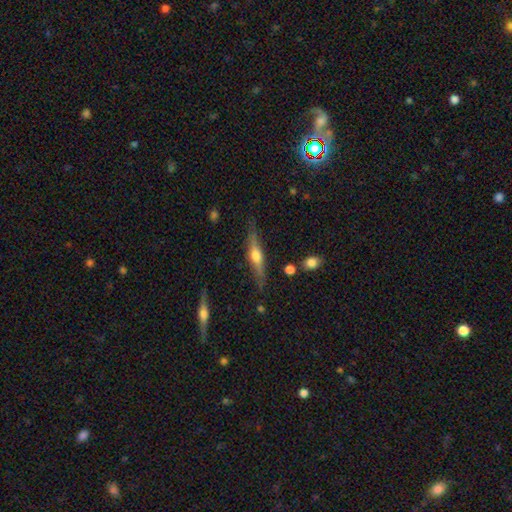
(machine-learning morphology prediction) type=featured or disk (66%); edge-on=yes (95%); edge-on bulge=rounded (90%); merging=none (82%).